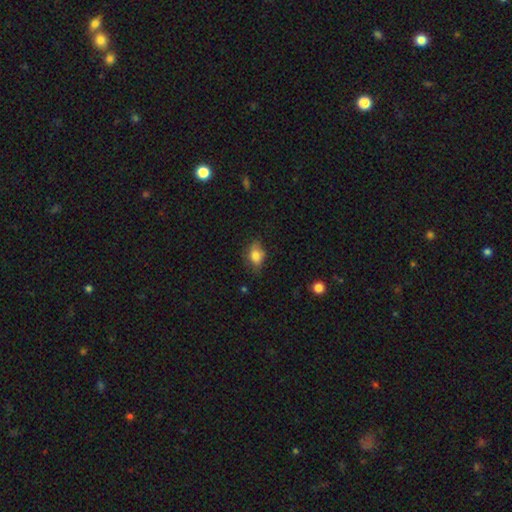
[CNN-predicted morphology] Overall: smooth (78%). How rounded: in between (81%). Merging: none (63%; minor disturbance 29%).